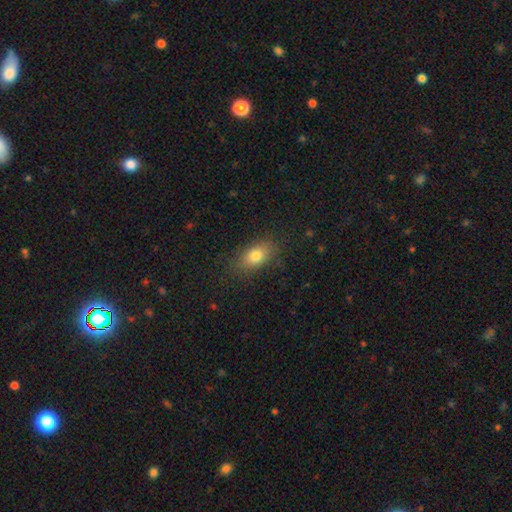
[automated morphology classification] Smooth or featured? Predicted: smooth (p=0.79). How rounded? Predicted: in between (p=0.84). Merging? Predicted: none (p=0.83).